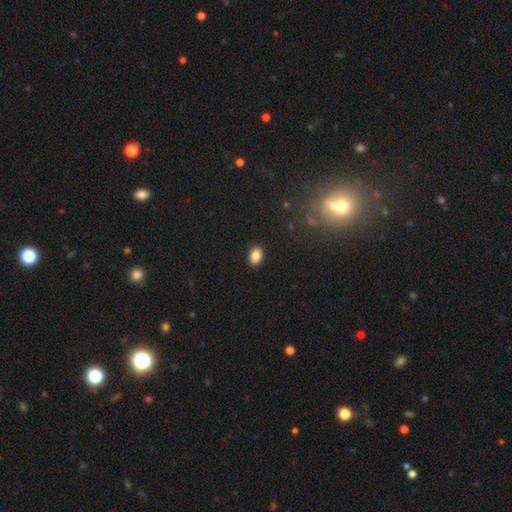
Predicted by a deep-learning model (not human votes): Smooth or featured? Predicted: smooth (p=0.86). How rounded? Predicted: in between (p=0.82). Merging? Predicted: none (p=0.89).